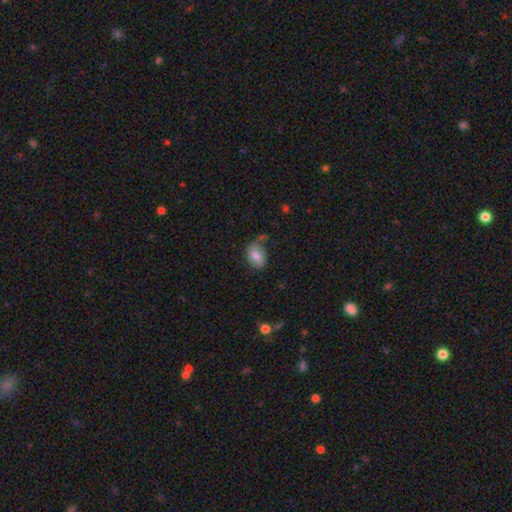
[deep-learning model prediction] Q: Smooth or featured?
A: smooth (74%); runner-up: featured or disk (17%)
Q: How rounded?
A: in between (79%); runner-up: round (20%)
Q: Merging?
A: none (60%); runner-up: minor disturbance (24%)